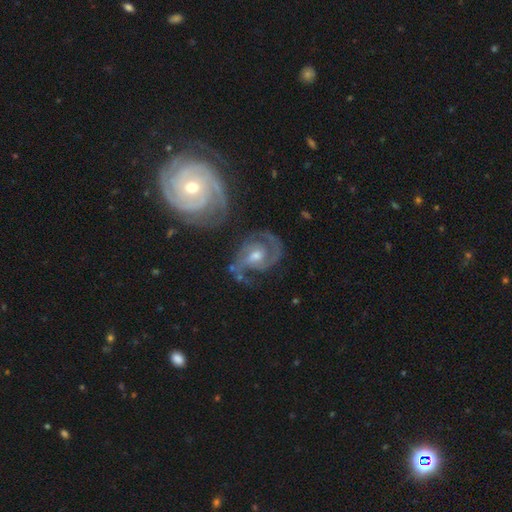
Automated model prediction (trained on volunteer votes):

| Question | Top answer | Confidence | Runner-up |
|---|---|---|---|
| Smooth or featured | featured or disk | 88% | smooth (7%) |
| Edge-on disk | no | 97% | yes (3%) |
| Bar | no | 50% | weak (39%) |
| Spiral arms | yes | 97% | no (3%) |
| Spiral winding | medium | 49% | tight (40%) |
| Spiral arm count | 2 | 76% | 3 (9%) |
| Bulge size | moderate | 64% | small (27%) |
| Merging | none | 61% | minor disturbance (20%) |